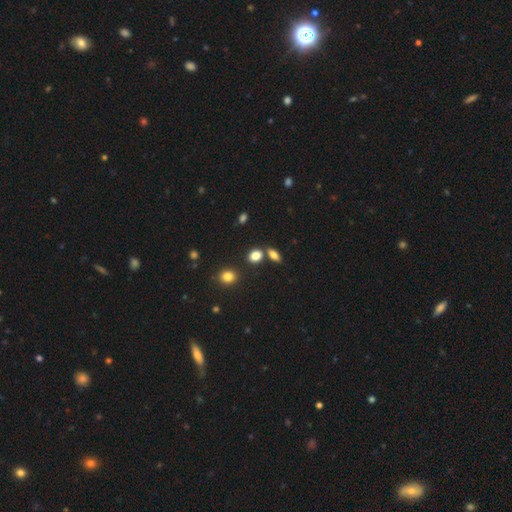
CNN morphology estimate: Smooth or featured? Predicted: smooth (p=0.81). How rounded? Predicted: in between (p=0.64). Merging? Predicted: none (p=0.68).